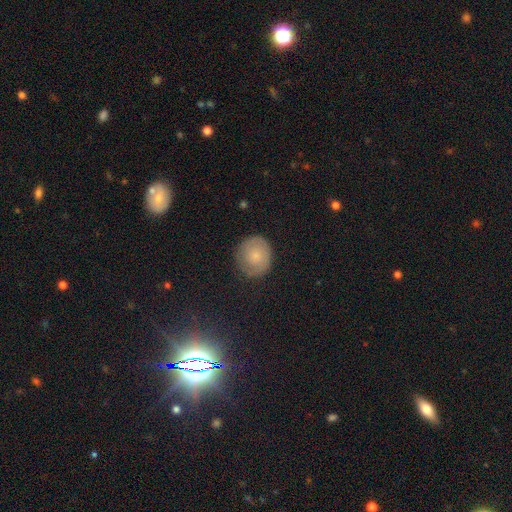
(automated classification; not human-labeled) smooth-or-featured: smooth: 59% | featured or disk: 32% | star or artifact: 9%
  how-rounded: round: 84% | in between: 15% | cigar-shaped: 1%
  merging: none: 82% | minor disturbance: 13% | major disturbance: 4% | merger: 1%